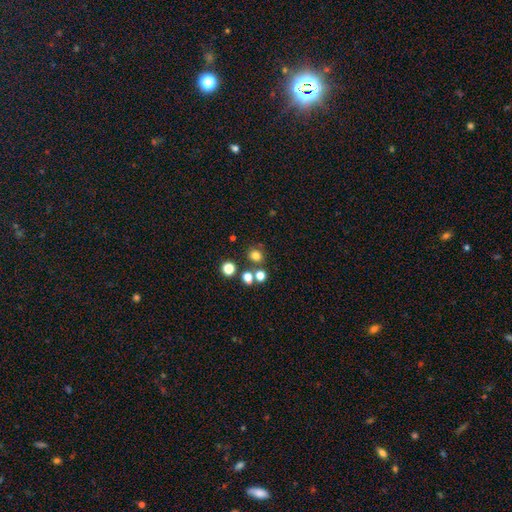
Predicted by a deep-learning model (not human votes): smooth-or-featured: smooth: 74% | star or artifact: 19% | featured or disk: 7%
  how-rounded: round: 84% | in between: 15% | cigar-shaped: 1%
  merging: none: 73% | merger: 15% | minor disturbance: 8% | major disturbance: 4%